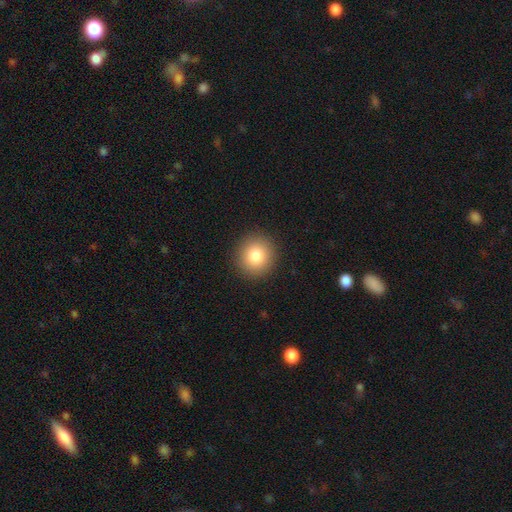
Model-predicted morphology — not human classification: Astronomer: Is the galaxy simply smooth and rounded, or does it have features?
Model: smooth — 82%.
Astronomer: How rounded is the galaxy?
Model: round — 89%.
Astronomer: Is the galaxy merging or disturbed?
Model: none — 92%.